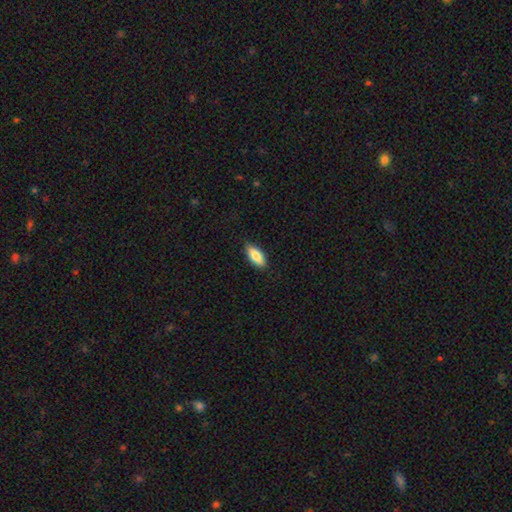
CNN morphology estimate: Smooth or featured? smooth (81%)
How rounded? in between (77%)
Merging? none (87%)